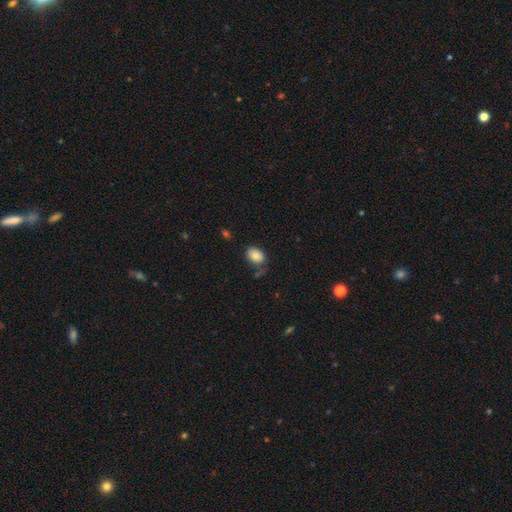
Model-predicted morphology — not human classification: Smooth or featured?
  - smooth: 82% *
  - featured or disk: 10%
  - star or artifact: 8%
How rounded?
  - in between: 76% *
  - round: 23%
  - cigar-shaped: 1%
Merging?
  - none: 67% *
  - minor disturbance: 20%
  - merger: 7%
  - major disturbance: 6%